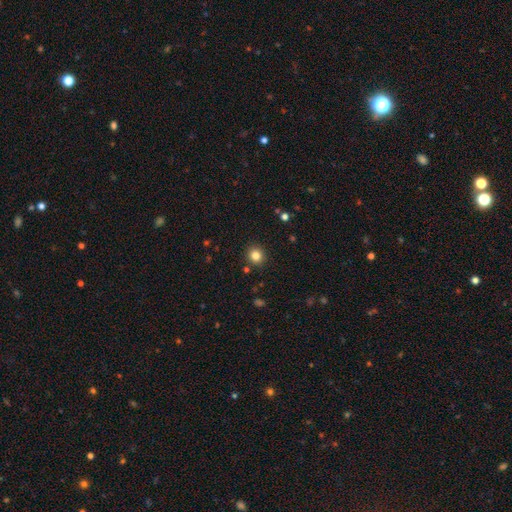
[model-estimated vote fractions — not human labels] smooth 82%, star or artifact 12%, featured or disk 6%. Down the decision tree: how rounded — round (88%); merging — none (90%).